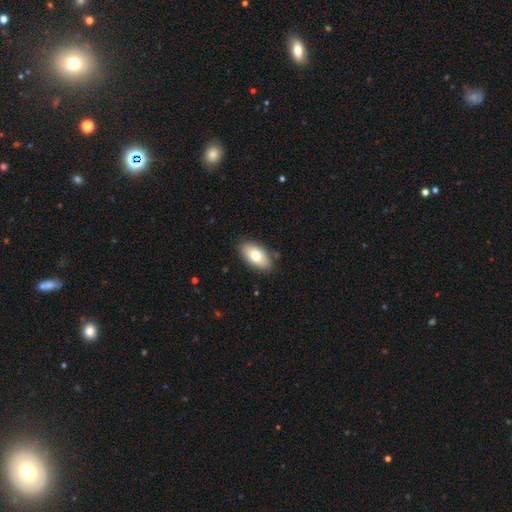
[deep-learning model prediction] The model was most divided on "smooth or featured": smooth: 74%, featured or disk: 19%, star or artifact: 7%. More confident: how rounded — in between (93%); merging — none (85%).